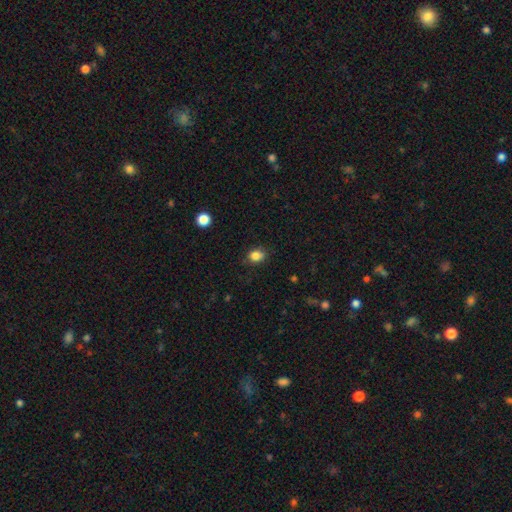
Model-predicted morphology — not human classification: Q: Smooth or featured?
A: smooth (84%); runner-up: star or artifact (11%)
Q: How rounded?
A: in between (54%); runner-up: round (45%)
Q: Merging?
A: none (77%); runner-up: minor disturbance (18%)